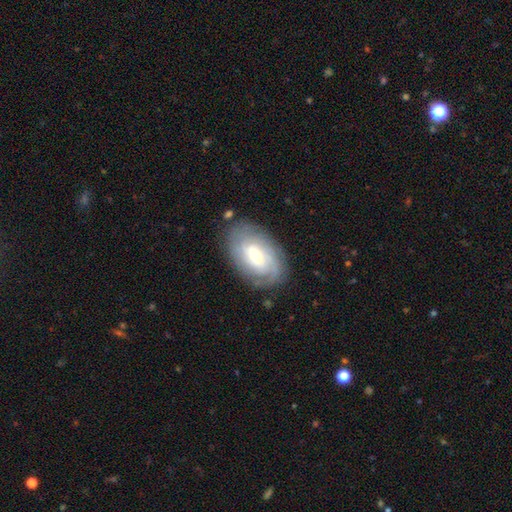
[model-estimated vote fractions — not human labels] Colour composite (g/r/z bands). It shows a featured or disk galaxy (75%) with a weak bar (49%), tight (68%) spiral arms (90%) and a moderate central bulge (53%). Merging: none (79%).